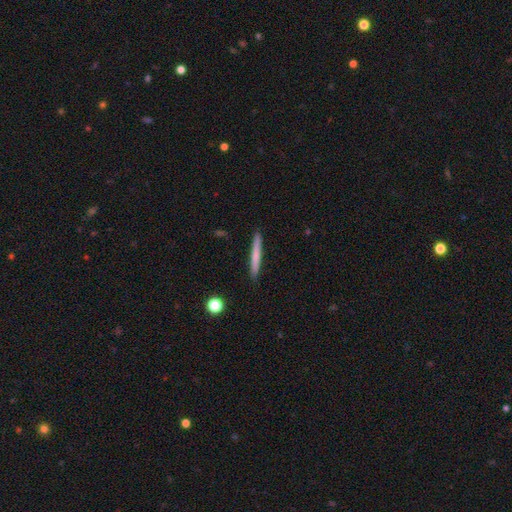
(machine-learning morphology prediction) A smooth galaxy with no disk features (66%) that is cigar-shaped (96%). Merging: none (91%).